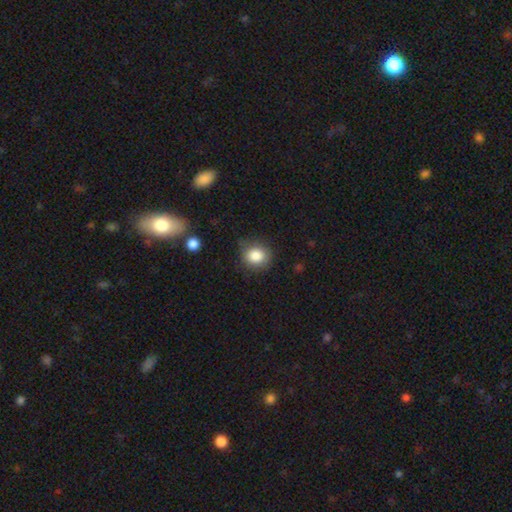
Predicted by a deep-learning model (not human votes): The model was most divided on "merging": none: 75%, minor disturbance: 19%, major disturbance: 5%, merger: 2%. More confident: smooth or featured — smooth (84%); how rounded — round (78%).